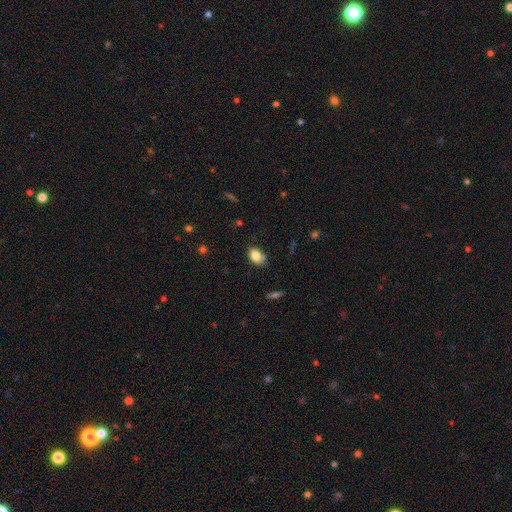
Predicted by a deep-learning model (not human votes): Morphology: type=smooth (84%); roundness=in between (85%); merging=none (73%).